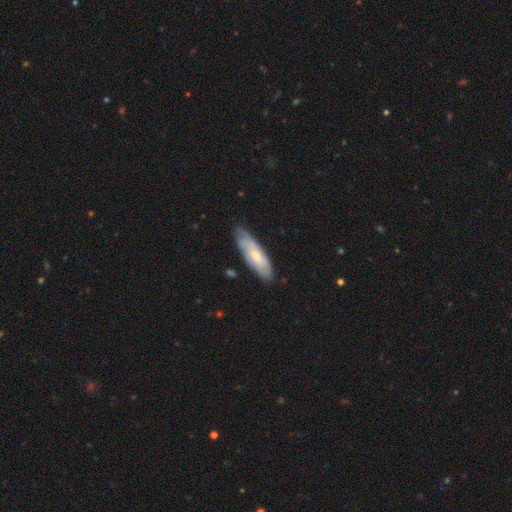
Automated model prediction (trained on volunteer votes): Smooth or featured? smooth (50%)
How rounded? in between (49%, tied with cigar-shaped)
Merging? none (72%)